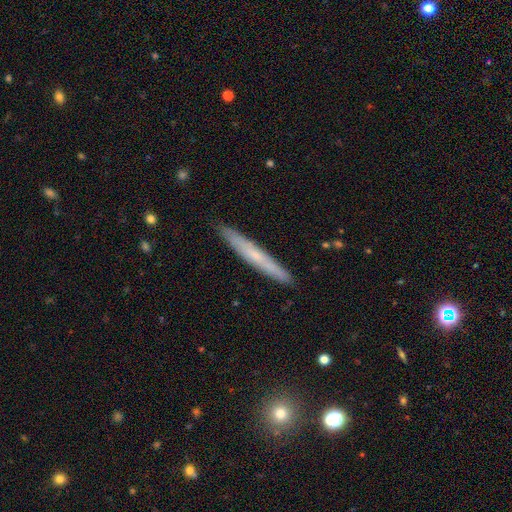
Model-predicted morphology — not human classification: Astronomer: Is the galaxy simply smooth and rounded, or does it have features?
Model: smooth — 49% (runner-up: featured or disk, 45%).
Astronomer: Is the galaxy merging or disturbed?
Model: none — 90%.